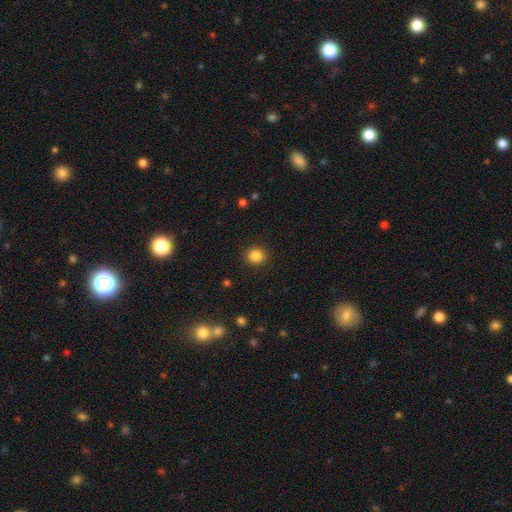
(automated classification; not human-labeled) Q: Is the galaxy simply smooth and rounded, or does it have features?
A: smooth — 85%.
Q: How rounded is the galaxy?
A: round — 87%.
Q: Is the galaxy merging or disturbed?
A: none — 91%.